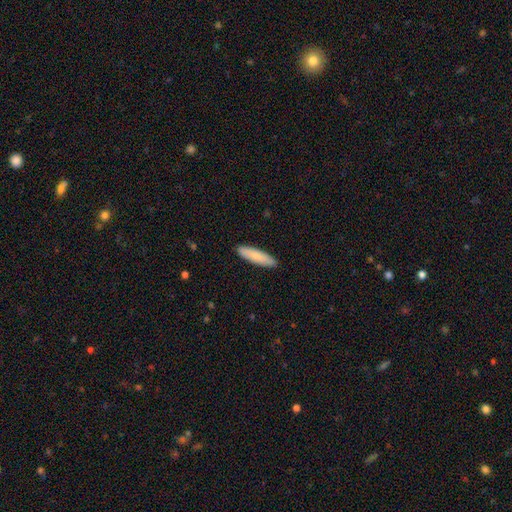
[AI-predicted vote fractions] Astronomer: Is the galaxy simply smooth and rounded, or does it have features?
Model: smooth — 82%.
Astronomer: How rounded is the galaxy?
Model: cigar-shaped — 74%.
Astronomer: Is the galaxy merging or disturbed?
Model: none — 90%.